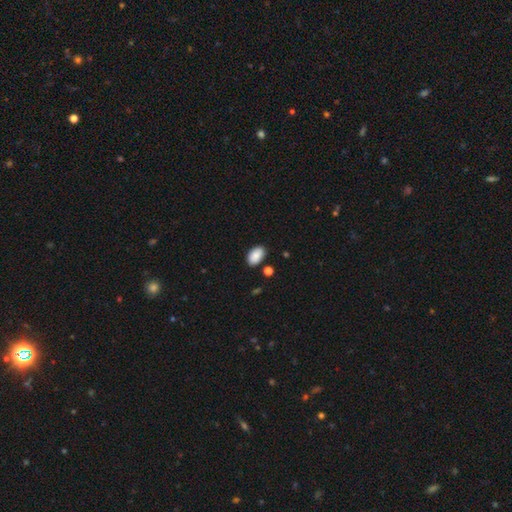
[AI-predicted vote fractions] A smooth galaxy with no disk features (88%) that is in between round and cigar-shaped (92%).

Vote fractions:
- Smooth or featured? smooth: 88% / star or artifact: 7% / featured or disk: 5%
- How rounded? in between: 92% / round: 6% / cigar-shaped: 1%
- Merging? none: 84% / minor disturbance: 11% / merger: 3% / major disturbance: 2%